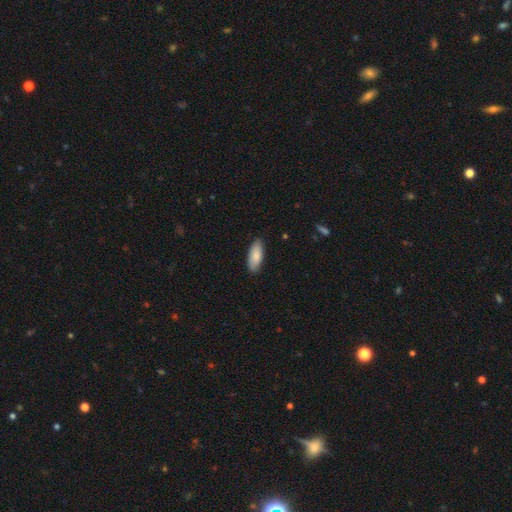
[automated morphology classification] smooth_or_featured: smooth (p=0.85) [alt: featured or disk p=0.09]
how_rounded: in between (p=0.77) [alt: cigar-shaped p=0.21]
merging: none (p=0.85) [alt: minor disturbance p=0.12]